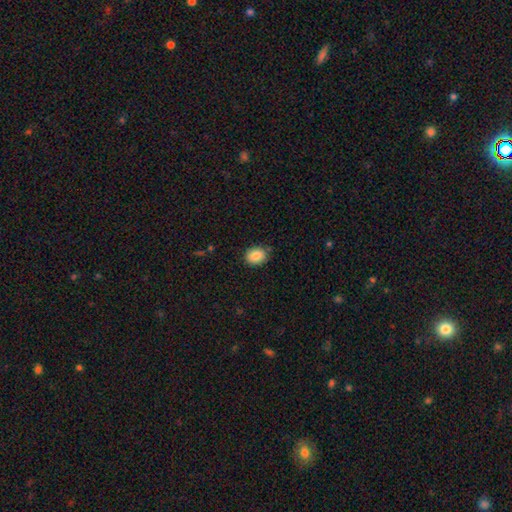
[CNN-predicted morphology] smooth 86%, star or artifact 8%, featured or disk 5%. Down the decision tree: how rounded — in between (52%); merging — none (82%).